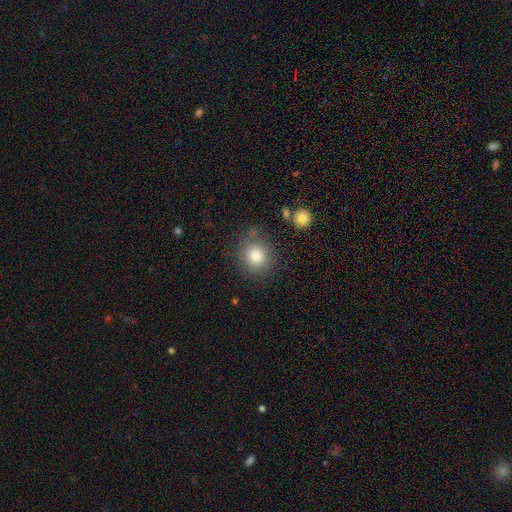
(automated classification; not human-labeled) The model was most divided on "merging": none: 79%, minor disturbance: 12%, major disturbance: 4%, merger: 4%. More confident: how rounded — round (87%); smooth or featured — smooth (83%).